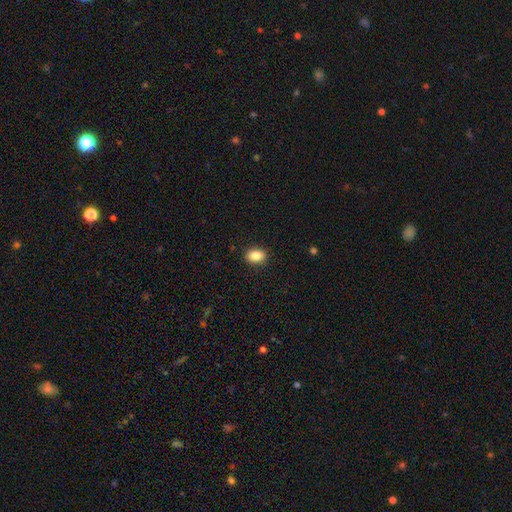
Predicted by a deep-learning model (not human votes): Smooth or featured: smooth — 87% (star or artifact — 8%)
How rounded: in between — 78% (round — 21%)
Merging: none — 89% (minor disturbance — 7%)